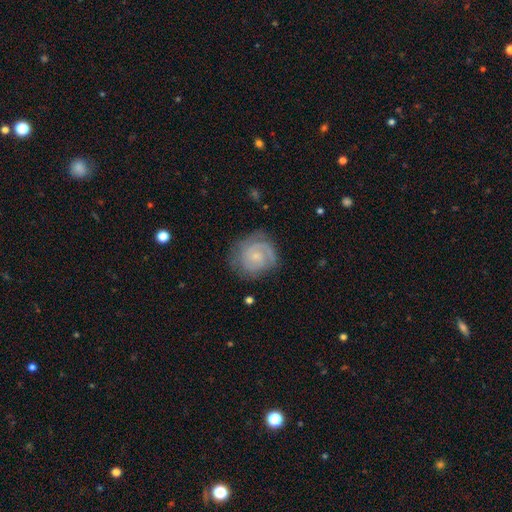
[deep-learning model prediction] The model was most divided on "spiral arm count": 2: 36%, can't tell: 26%, 1: 16%, 3: 15%, 4: 4%, more than 4: 4%. More confident: edge-on disk — no (98%); spiral arms — yes (93%); bulge size — small (76%); smooth or featured — featured or disk (74%); bar — no (73%); merging — none (71%); spiral winding — tight (65%).